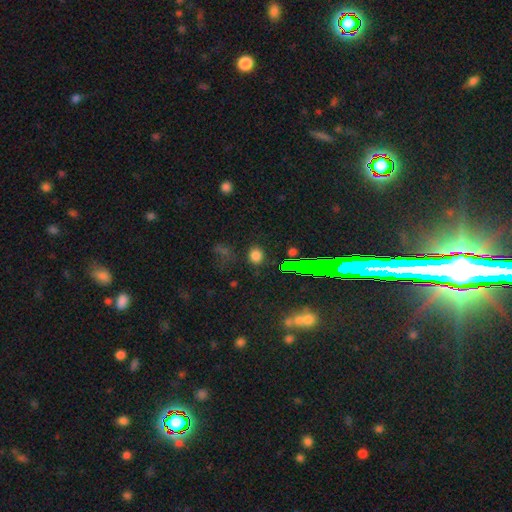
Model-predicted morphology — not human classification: Smooth or featured? Predicted: smooth (p=0.76). How rounded? Predicted: round (p=0.71). Merging? Predicted: none (p=0.86).